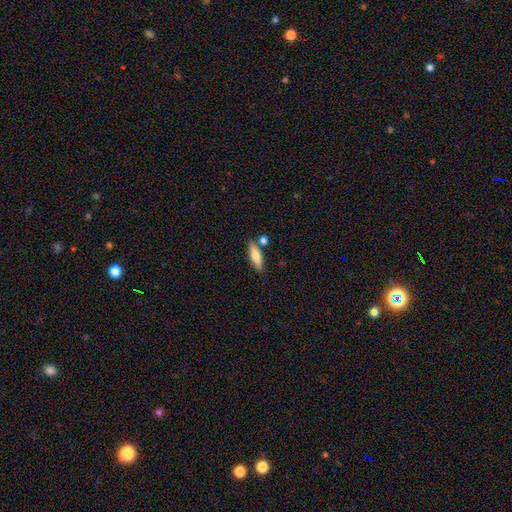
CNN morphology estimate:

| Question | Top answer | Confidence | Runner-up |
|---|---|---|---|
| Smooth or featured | smooth | 77% | featured or disk (16%) |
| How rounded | in between | 52% | cigar-shaped (45%) |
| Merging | none | 75% | merger (11%) |